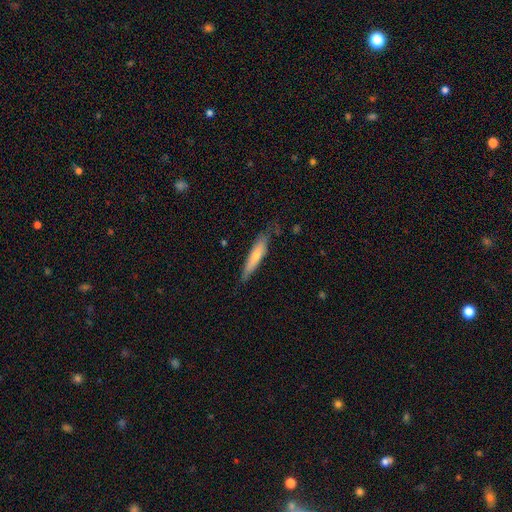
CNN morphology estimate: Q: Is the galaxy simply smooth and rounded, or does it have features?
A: smooth — 68%.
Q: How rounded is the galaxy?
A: cigar-shaped — 87%.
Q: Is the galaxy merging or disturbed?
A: none — 71%.